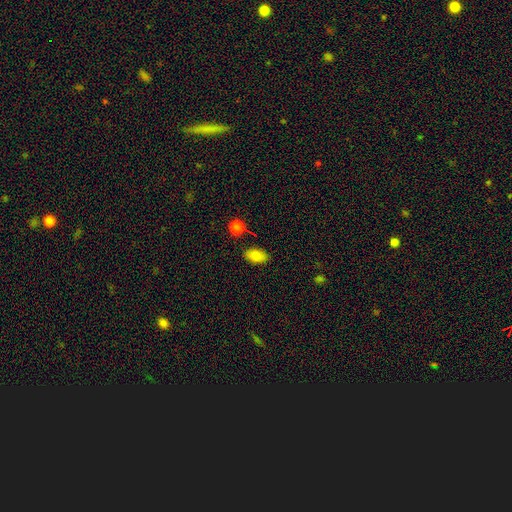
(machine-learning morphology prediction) A smooth galaxy with no disk features (80%) that is in between round and cigar-shaped (88%).

Vote fractions:
- Smooth or featured? smooth: 80% / featured or disk: 11% / star or artifact: 9%
- How rounded? in between: 88% / round: 10% / cigar-shaped: 2%
- Merging? none: 83% / minor disturbance: 11% / merger: 3% / major disturbance: 2%